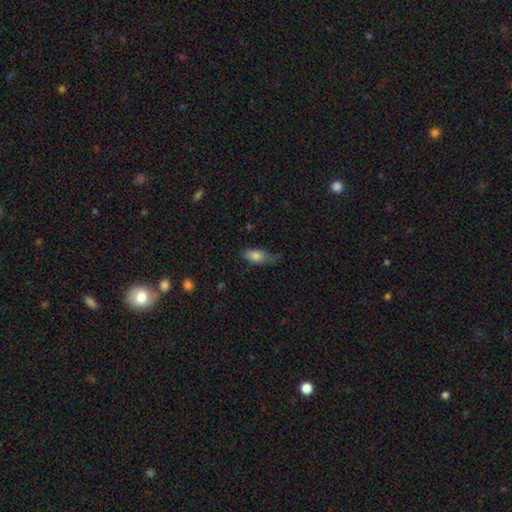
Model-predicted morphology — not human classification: Q: Smooth or featured?
A: smooth (79%); runner-up: featured or disk (13%)
Q: How rounded?
A: in between (83%); runner-up: cigar-shaped (13%)
Q: Merging?
A: none (41%); runner-up: minor disturbance (40%)